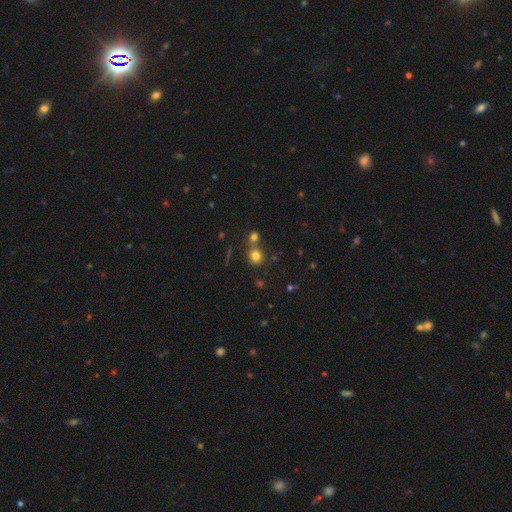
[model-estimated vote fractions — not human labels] Smooth or featured?
  - smooth: 76% *
  - star or artifact: 16%
  - featured or disk: 8%
How rounded?
  - round: 84% *
  - in between: 15%
  - cigar-shaped: 1%
Merging?
  - none: 61% *
  - merger: 27%
  - minor disturbance: 8%
  - major disturbance: 3%